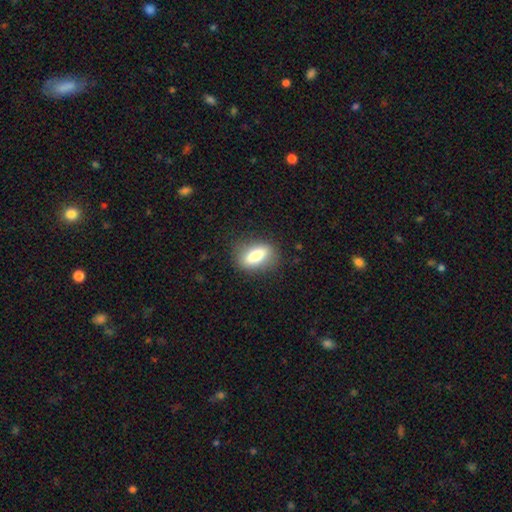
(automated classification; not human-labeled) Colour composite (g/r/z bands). It shows a smooth galaxy with no disk features (73%) that is in between round and cigar-shaped (77%). Merging: none (82%).